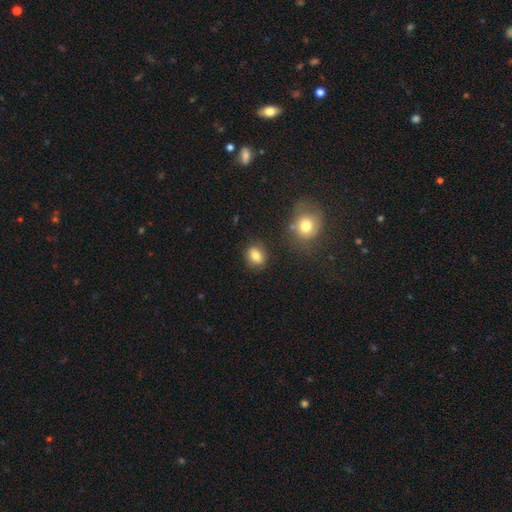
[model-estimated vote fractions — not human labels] A smooth galaxy with no disk features (80%) that is round (56%).

Vote fractions:
- Smooth or featured? smooth: 80% / star or artifact: 10% / featured or disk: 10%
- How rounded? round: 56% / in between: 43% / cigar-shaped: 1%
- Merging? none: 82% / minor disturbance: 11% / merger: 4% / major disturbance: 3%